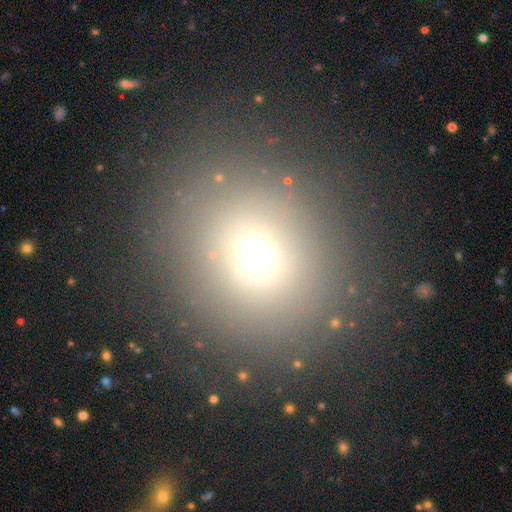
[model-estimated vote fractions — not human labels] smooth 65%, star or artifact 25%, featured or disk 10%. Down the decision tree: how rounded — round (86%); merging — none (84%).